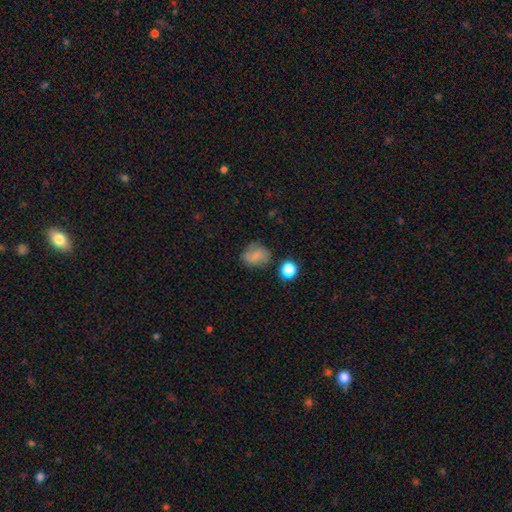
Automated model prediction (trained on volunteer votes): Smooth or featured: smooth — 69% (featured or disk — 19%)
How rounded: round — 56% (in between — 43%)
Merging: none — 64% (minor disturbance — 23%)